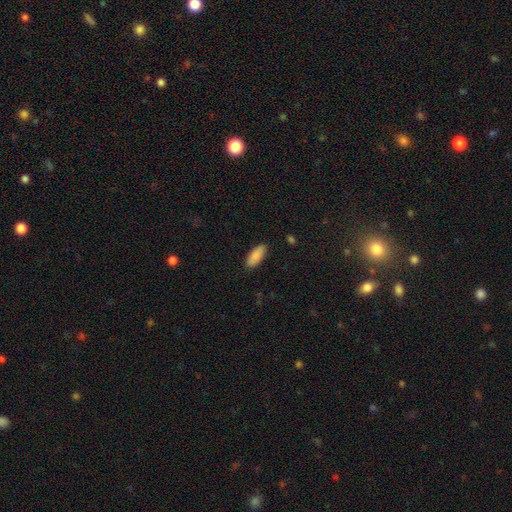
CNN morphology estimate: smooth-or-featured: smooth: 88% | featured or disk: 6% | star or artifact: 6%
  how-rounded: in between: 80% | cigar-shaped: 18% | round: 2%
  merging: none: 88% | minor disturbance: 9% | major disturbance: 2% | merger: 1%